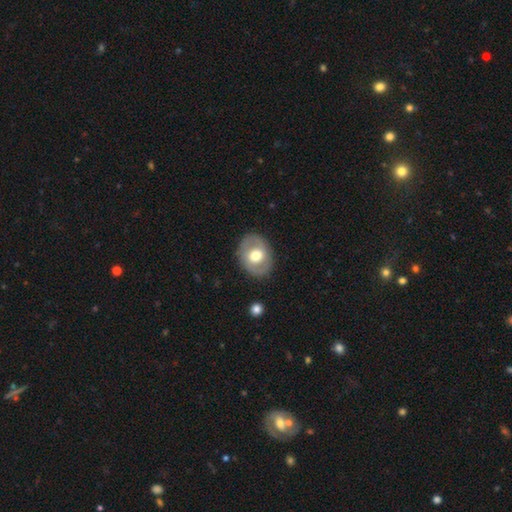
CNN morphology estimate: The model was most divided on "smooth or featured": featured or disk: 49%, smooth: 46%, star or artifact: 6%. More confident: merging — none (84%).